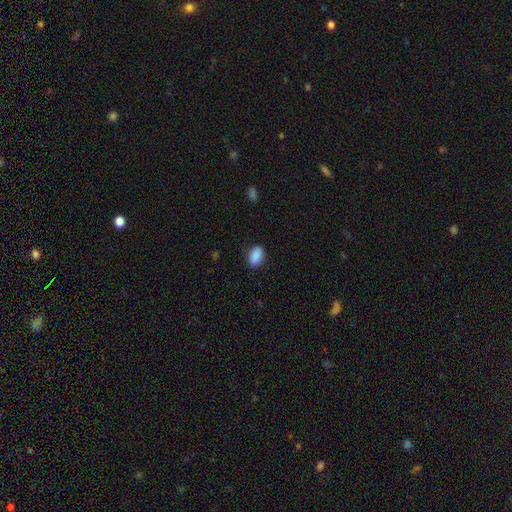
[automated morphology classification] The model was most divided on "merging": none: 86%, minor disturbance: 11%, major disturbance: 3%, merger: 1%. More confident: how rounded — in between (90%); smooth or featured — smooth (90%).